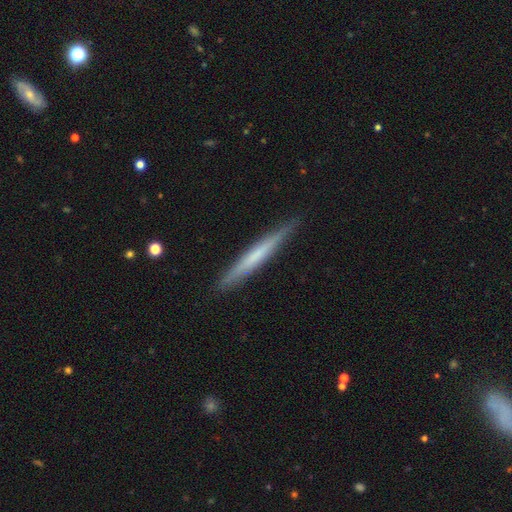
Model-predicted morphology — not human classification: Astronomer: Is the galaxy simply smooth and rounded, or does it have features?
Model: smooth — 50% (runner-up: featured or disk, 45%).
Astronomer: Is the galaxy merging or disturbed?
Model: none — 90%.